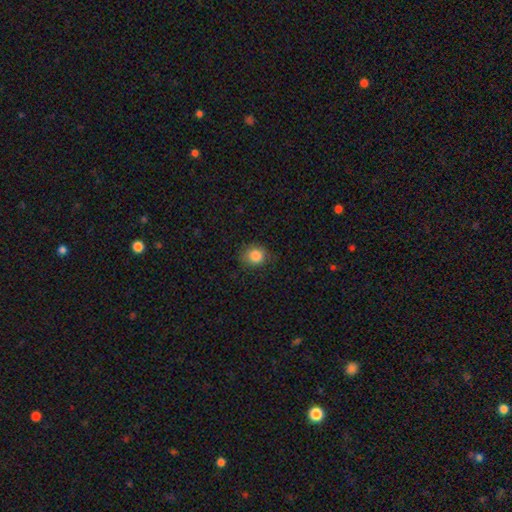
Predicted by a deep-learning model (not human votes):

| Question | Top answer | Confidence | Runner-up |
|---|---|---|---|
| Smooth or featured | smooth | 86% | star or artifact (10%) |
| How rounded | round | 79% | in between (20%) |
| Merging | none | 79% | minor disturbance (16%) |